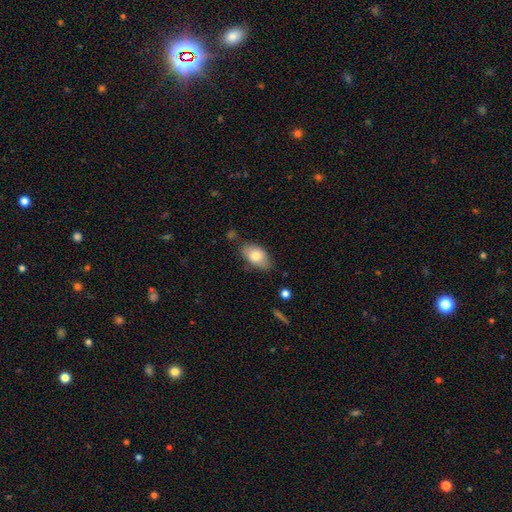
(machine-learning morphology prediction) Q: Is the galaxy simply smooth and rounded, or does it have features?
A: smooth — 77%.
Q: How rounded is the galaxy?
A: in between — 92%.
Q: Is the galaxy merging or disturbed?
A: none — 75%.